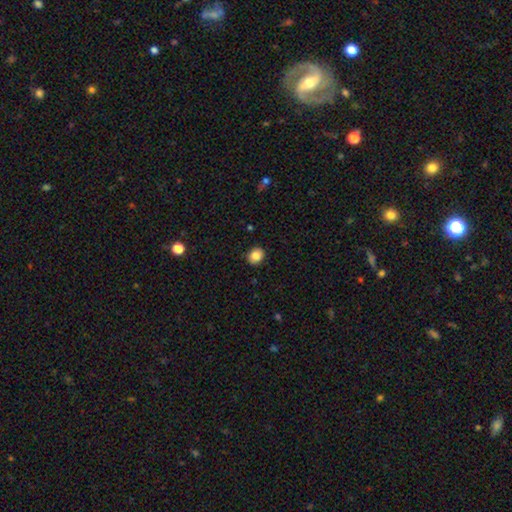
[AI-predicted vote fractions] smooth-or-featured: smooth: 85% | star or artifact: 9% | featured or disk: 6%
  how-rounded: round: 64% | in between: 36% | cigar-shaped: 1%
  merging: none: 90% | minor disturbance: 8% | major disturbance: 2% | merger: 1%